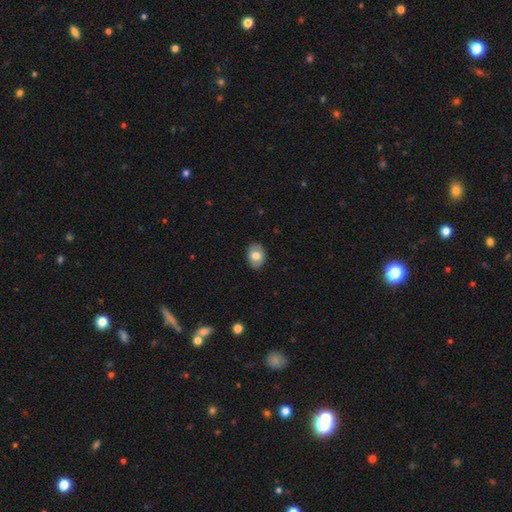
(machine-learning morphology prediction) Smooth or featured? smooth (73%)
How rounded? in between (74%)
Merging? none (86%)